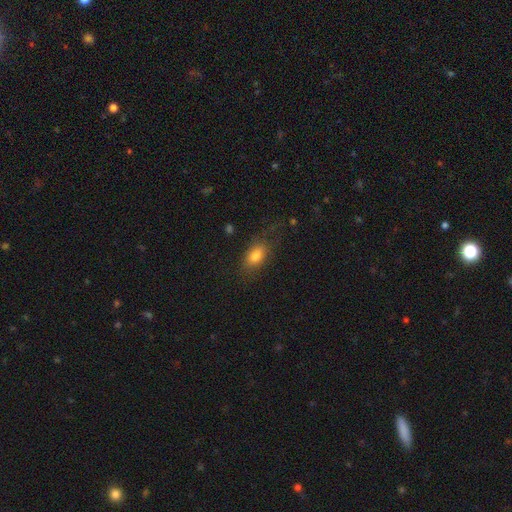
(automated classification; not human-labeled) Smooth or featured: smooth — 79% (featured or disk — 12%)
How rounded: in between — 85% (round — 9%)
Merging: none — 69% (minor disturbance — 19%)